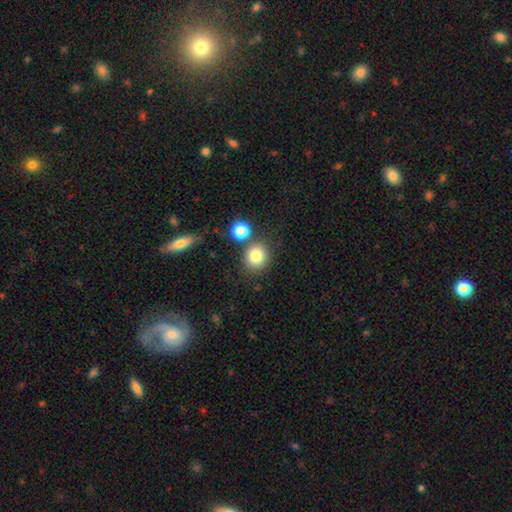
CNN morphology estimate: smooth 81%, star or artifact 11%, featured or disk 8%. Down the decision tree: how rounded — round (83%); merging — none (74%).